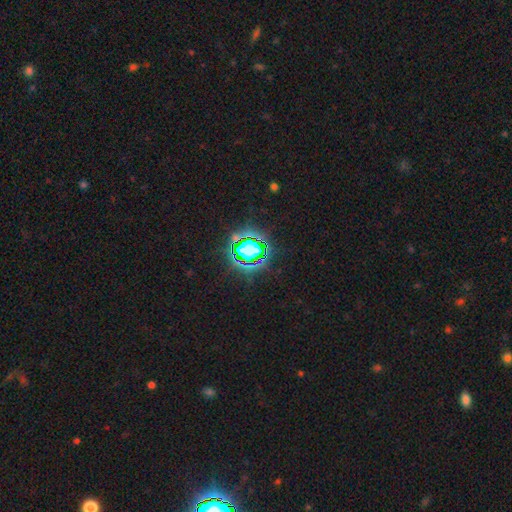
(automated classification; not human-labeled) Q: Smooth or featured?
A: star or artifact (76%); runner-up: smooth (16%)